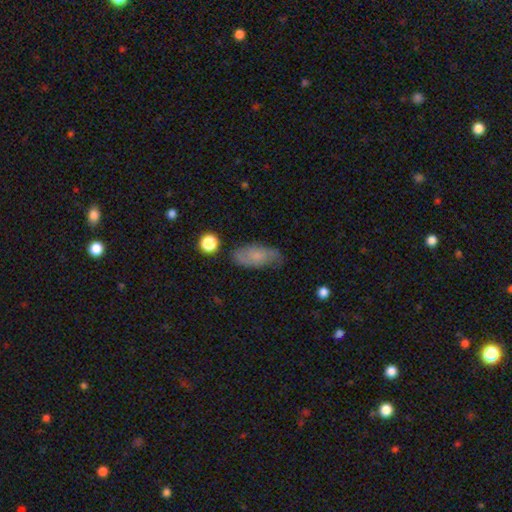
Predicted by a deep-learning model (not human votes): Smooth or featured: smooth — 63% (featured or disk — 29%)
How rounded: in between — 89% (cigar-shaped — 8%)
Merging: none — 69% (minor disturbance — 23%)